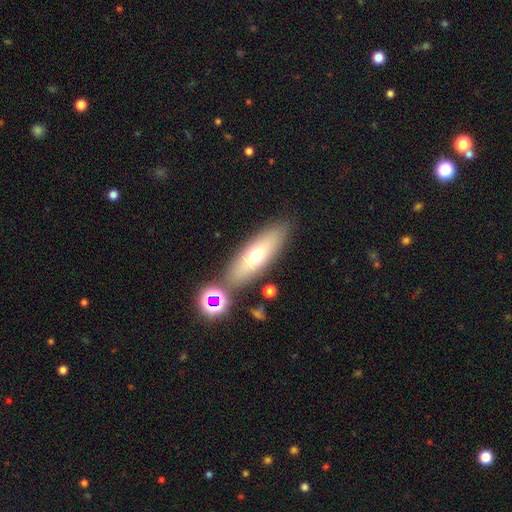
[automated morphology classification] This appears to be a smooth galaxy with no disk features (62%) that is in between round and cigar-shaped (55%). Merging: none (80%).